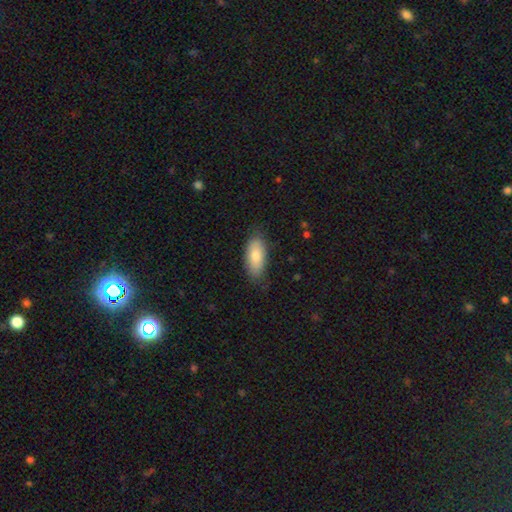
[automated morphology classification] Smooth or featured? smooth (79%)
How rounded? in between (88%)
Merging? none (79%)